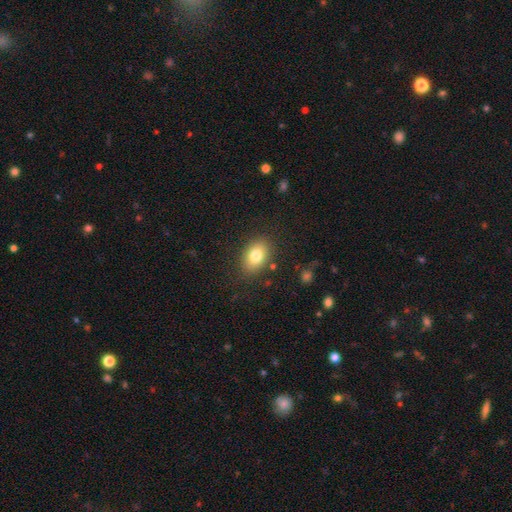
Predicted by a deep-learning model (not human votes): This appears to be a smooth galaxy with no disk features (79%) that is in between round and cigar-shaped (82%). Merging: none (84%).